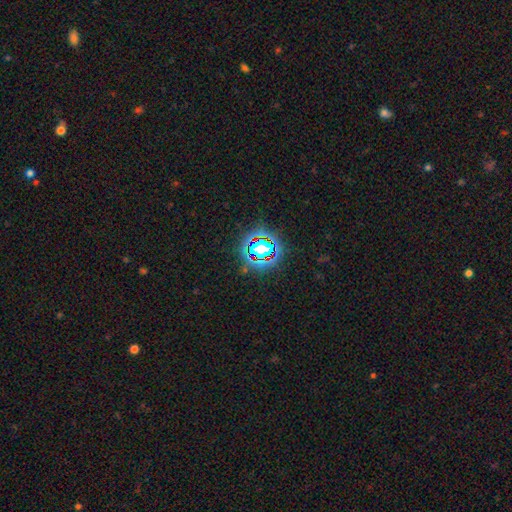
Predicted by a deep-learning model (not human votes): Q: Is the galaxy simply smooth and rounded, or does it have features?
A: star or artifact — 75%.